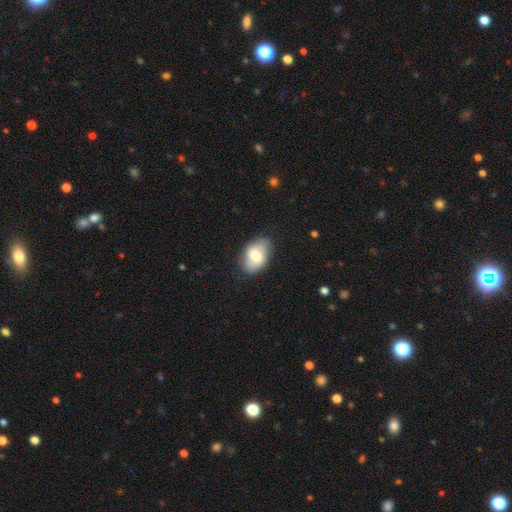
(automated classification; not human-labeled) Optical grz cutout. It shows a smooth galaxy with no disk features (70%) that is in between round and cigar-shaped (87%). Merging: none (77%).